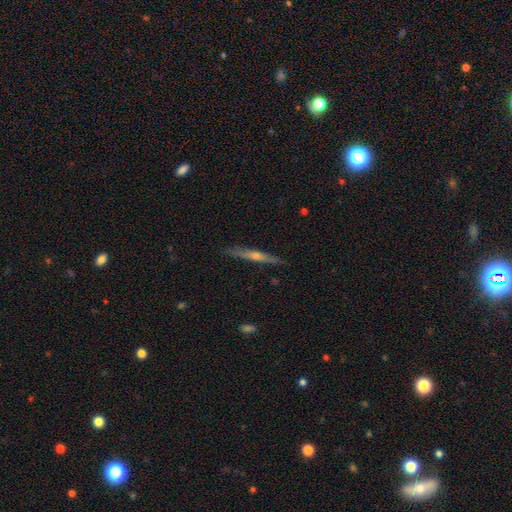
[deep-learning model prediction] Smooth or featured?
  - featured or disk: 69% *
  - smooth: 22%
  - star or artifact: 9%
Edge-on disk?
  - yes: 96% *
  - no: 4%
Edge-on bulge?
  - rounded: 82% *
  - none: 13%
  - boxy: 5%
Merging?
  - none: 89% *
  - minor disturbance: 8%
  - major disturbance: 2%
  - merger: 1%